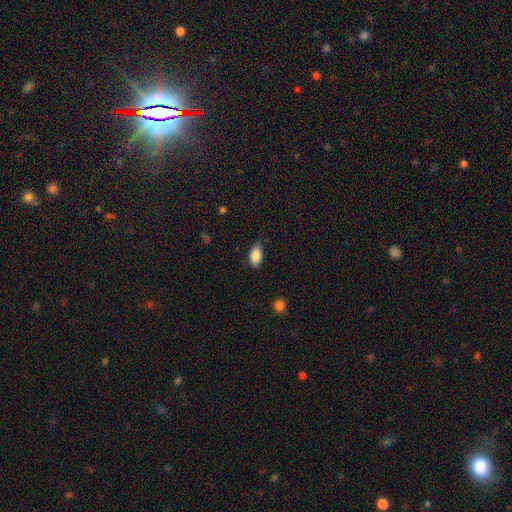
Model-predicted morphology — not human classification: Smooth or featured? smooth (87%)
How rounded? in between (91%)
Merging? none (77%)